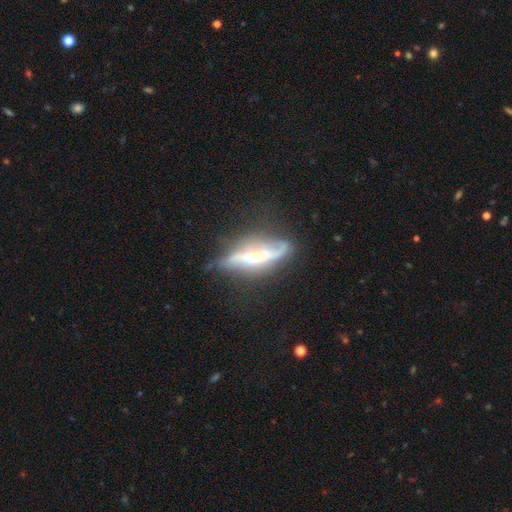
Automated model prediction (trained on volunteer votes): This is likely a featured or disk galaxy (79%). It is possibly not viewed edge-on (50%, tied with yes). Merging: possibly none (56%).